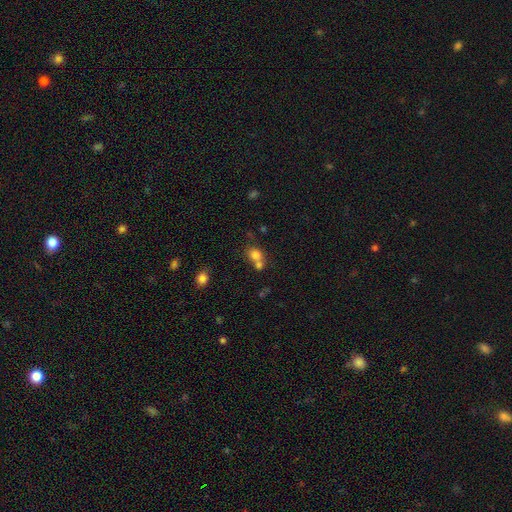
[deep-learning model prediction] Smooth or featured? smooth (77%)
How rounded? round (66%)
Merging? merger (49%)